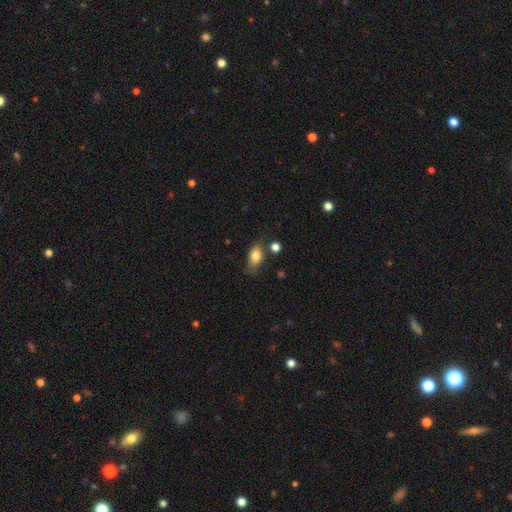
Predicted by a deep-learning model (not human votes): Q: Smooth or featured?
A: smooth (79%); runner-up: featured or disk (12%)
Q: How rounded?
A: in between (85%); runner-up: round (10%)
Q: Merging?
A: none (63%); runner-up: minor disturbance (24%)